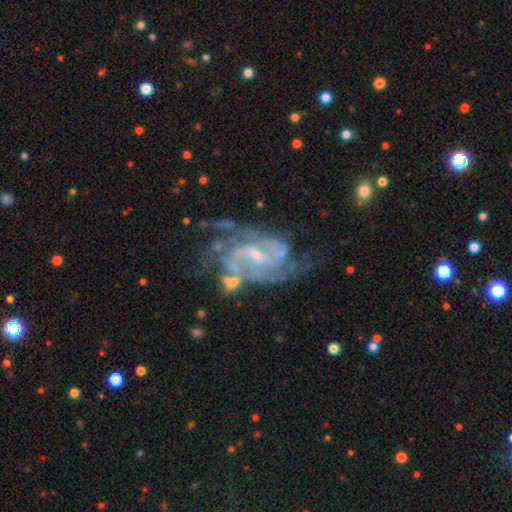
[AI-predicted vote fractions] featured or disk 88%, star or artifact 6%, smooth 5%. Down the decision tree: edge-on disk — no (97%); bar — weak (52%); spiral arms — yes (94%); spiral arm count — 2 (41%); spiral winding — medium (47%); bulge size — small (66%); merging — none (51%).